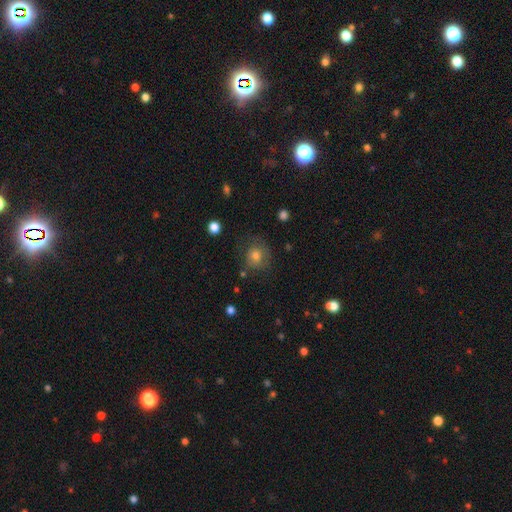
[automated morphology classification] Smooth or featured: smooth — 71% (featured or disk — 16%)
How rounded: round — 78% (in between — 21%)
Merging: none — 69% (minor disturbance — 19%)